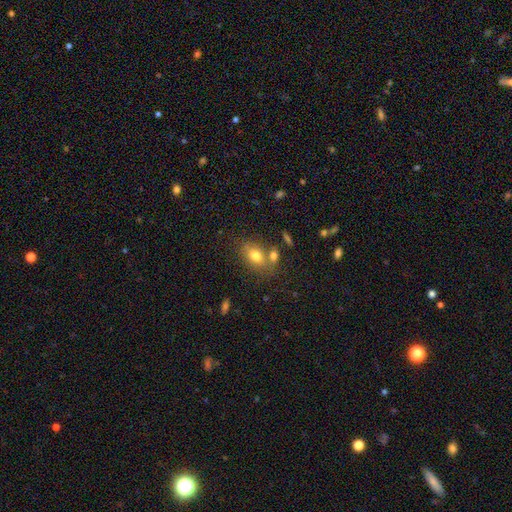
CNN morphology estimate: Smooth or featured? smooth (76%)
How rounded? in between (82%)
Merging? none (60%)